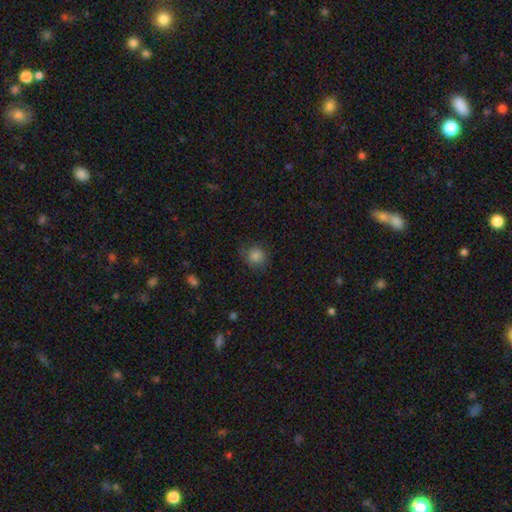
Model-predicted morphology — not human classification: Q: Smooth or featured?
A: smooth (83%); runner-up: star or artifact (11%)
Q: How rounded?
A: round (88%); runner-up: in between (11%)
Q: Merging?
A: none (75%); runner-up: minor disturbance (18%)